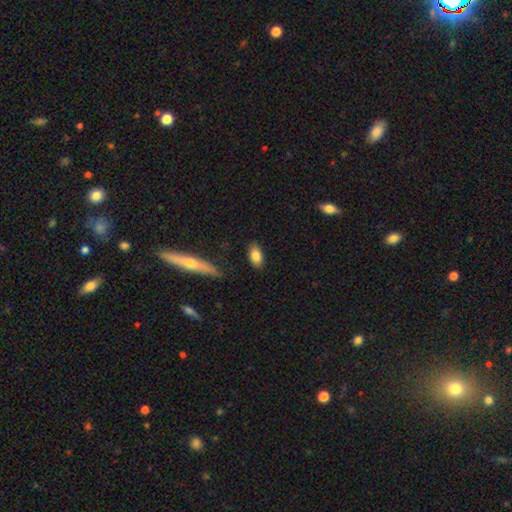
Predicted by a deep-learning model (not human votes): This is clearly a smooth galaxy (84%). How rounded: clearly in between (90%). Merging: clearly none (85%).